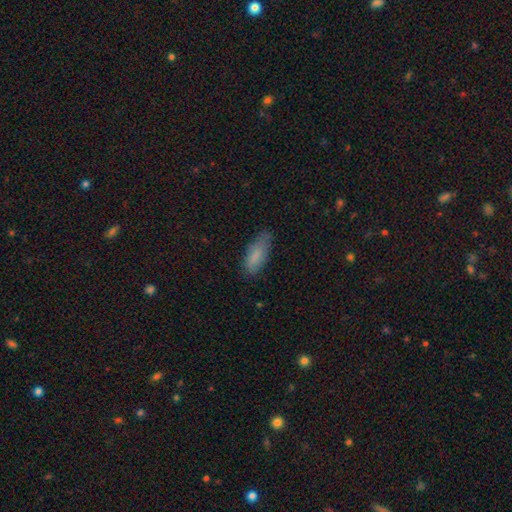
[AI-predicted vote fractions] A smooth galaxy with no disk features (83%) that is in between round and cigar-shaped (73%).

Vote fractions:
- Smooth or featured? smooth: 83% / featured or disk: 10% / star or artifact: 7%
- How rounded? in between: 73% / cigar-shaped: 25% / round: 2%
- Merging? none: 68% / minor disturbance: 25% / major disturbance: 5% / merger: 1%